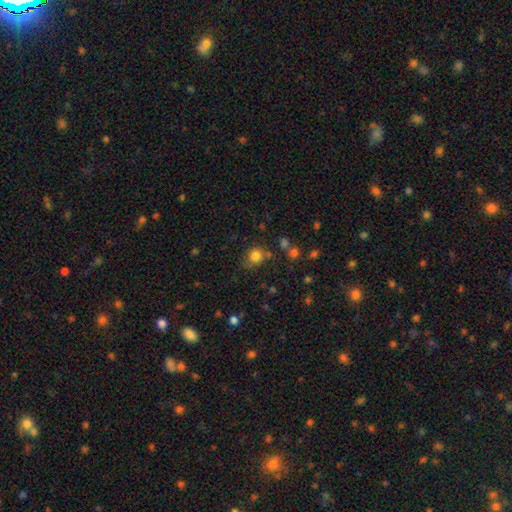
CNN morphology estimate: A smooth galaxy with no disk features (81%) that is round (77%). Merging: none (66%).